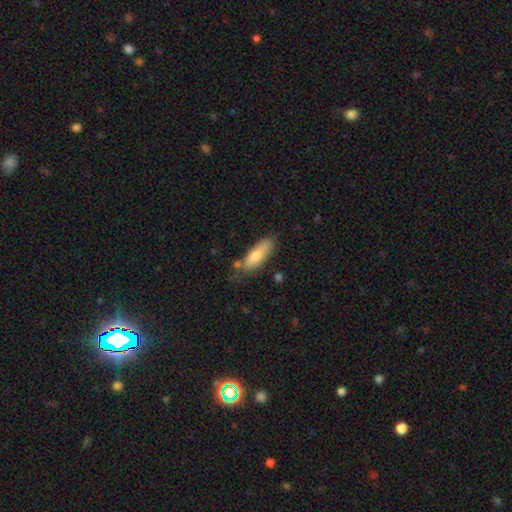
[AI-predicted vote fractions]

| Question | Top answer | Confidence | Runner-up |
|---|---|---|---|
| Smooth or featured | smooth | 75% | featured or disk (19%) |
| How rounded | in between | 58% | cigar-shaped (40%) |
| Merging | none | 67% | minor disturbance (22%) |